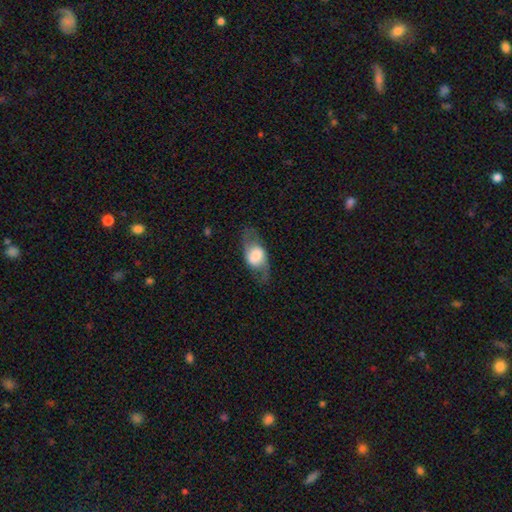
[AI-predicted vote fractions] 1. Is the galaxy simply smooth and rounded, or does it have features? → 50% featured or disk, 42% smooth, 7% star or artifact.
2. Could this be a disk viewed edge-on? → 80% no, 20% yes.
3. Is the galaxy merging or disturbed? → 72% none, 16% minor disturbance, 11% major disturbance, 1% merger.